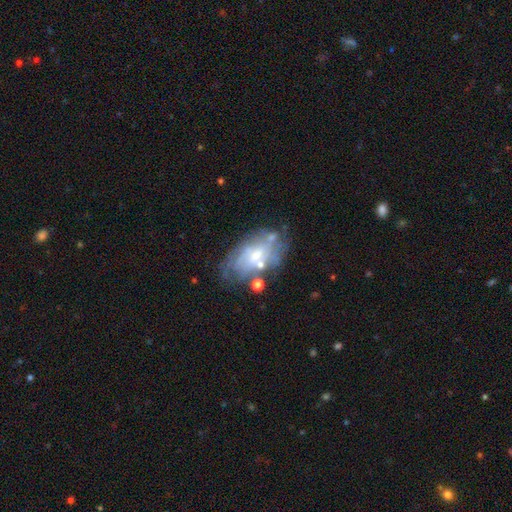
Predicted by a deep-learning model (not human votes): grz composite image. It shows a featured or disk galaxy (65%) with no bar (62%), spiral arms (53%) and a small central bulge (50%). Merging: none (54%).